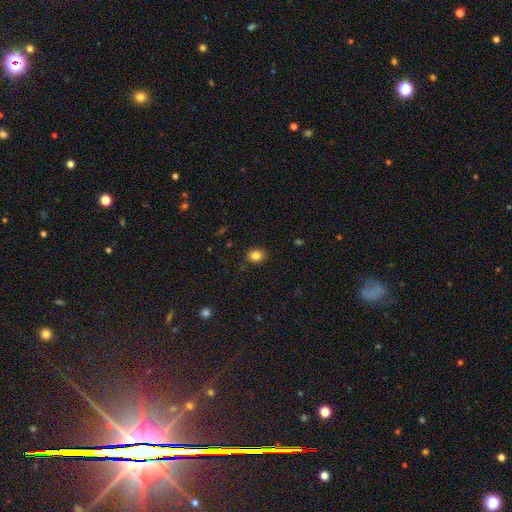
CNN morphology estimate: Q: Smooth or featured?
A: smooth (83%); runner-up: star or artifact (11%)
Q: How rounded?
A: round (63%); runner-up: in between (37%)
Q: Merging?
A: none (88%); runner-up: minor disturbance (8%)